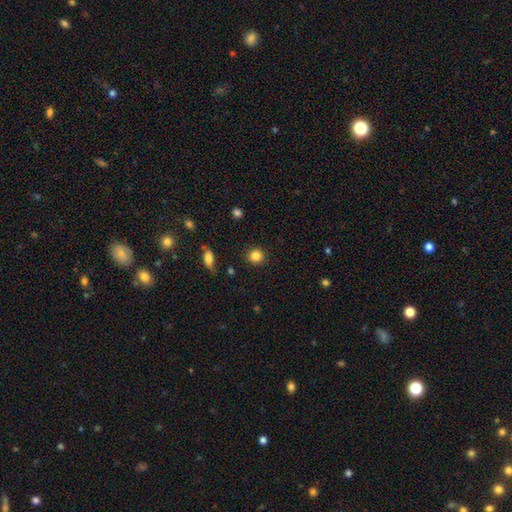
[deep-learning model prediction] A smooth galaxy with no disk features (85%) that is round (91%). Merging: none (90%).